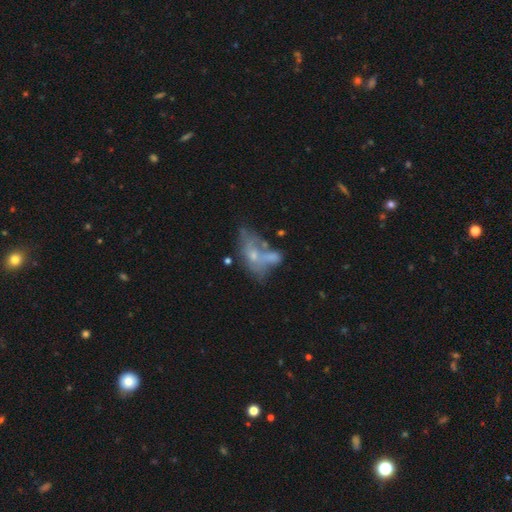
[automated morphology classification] featured or disk 51%, smooth 37%, star or artifact 12%. Down the decision tree: edge-on disk — no (91%); merging — merger (43%).